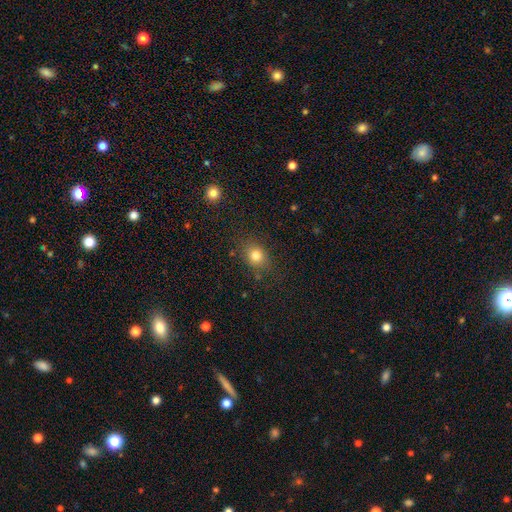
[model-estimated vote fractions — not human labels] Q: Smooth or featured?
A: smooth (79%); runner-up: star or artifact (13%)
Q: How rounded?
A: round (63%); runner-up: in between (36%)
Q: Merging?
A: none (80%); runner-up: minor disturbance (14%)